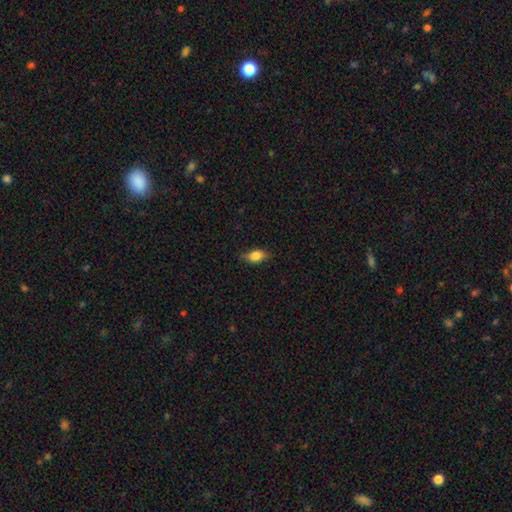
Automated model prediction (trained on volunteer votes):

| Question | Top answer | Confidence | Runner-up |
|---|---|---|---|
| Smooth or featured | smooth | 76% | featured or disk (16%) |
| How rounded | in between | 81% | round (11%) |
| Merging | none | 77% | minor disturbance (19%) |